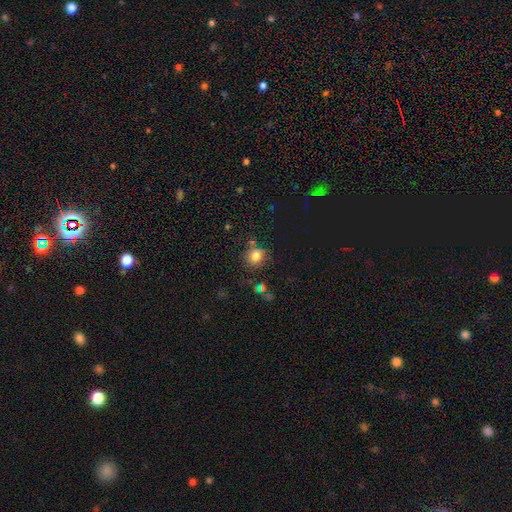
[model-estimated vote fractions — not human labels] smooth 82%, star or artifact 12%, featured or disk 6%. Down the decision tree: how rounded — round (83%); merging — none (74%).